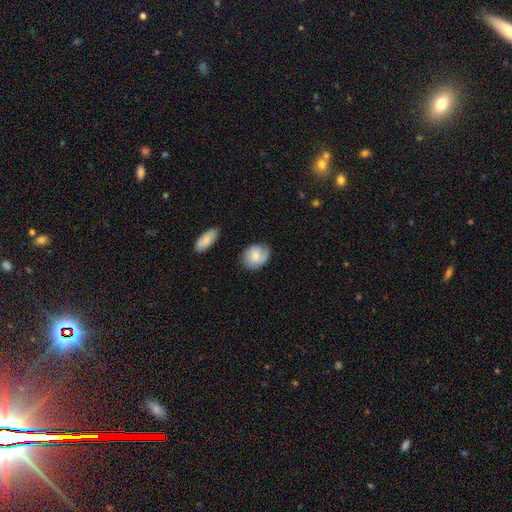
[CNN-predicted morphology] smooth_or_featured: smooth (p=0.59) [alt: featured or disk p=0.34]
how_rounded: round (p=0.50) [alt: in between p=0.49]
merging: none (p=0.72) [alt: minor disturbance p=0.21]